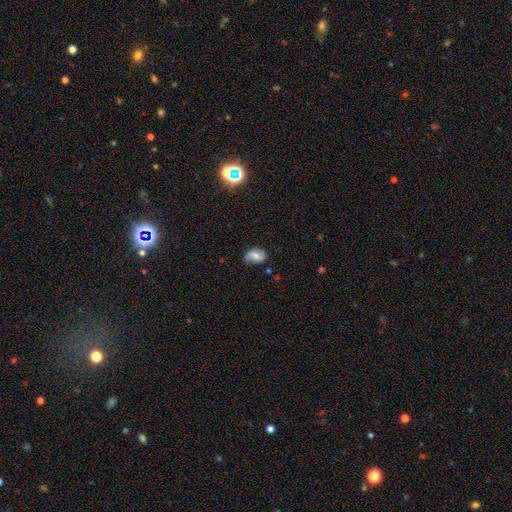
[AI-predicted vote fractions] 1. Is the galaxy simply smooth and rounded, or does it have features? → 49% smooth, 42% featured or disk, 9% star or artifact.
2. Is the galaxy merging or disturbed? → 73% none, 20% minor disturbance, 5% major disturbance, 2% merger.